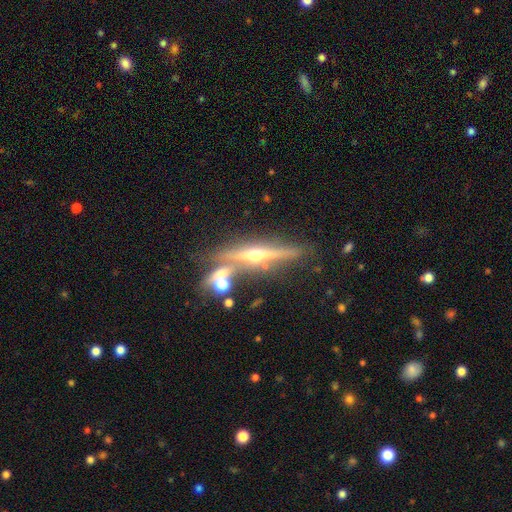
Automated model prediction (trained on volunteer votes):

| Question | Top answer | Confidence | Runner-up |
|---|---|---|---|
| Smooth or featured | featured or disk | 78% | smooth (13%) |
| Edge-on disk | yes | 96% | no (4%) |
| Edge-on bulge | rounded | 94% | none (4%) |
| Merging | none | 73% | merger (13%) |